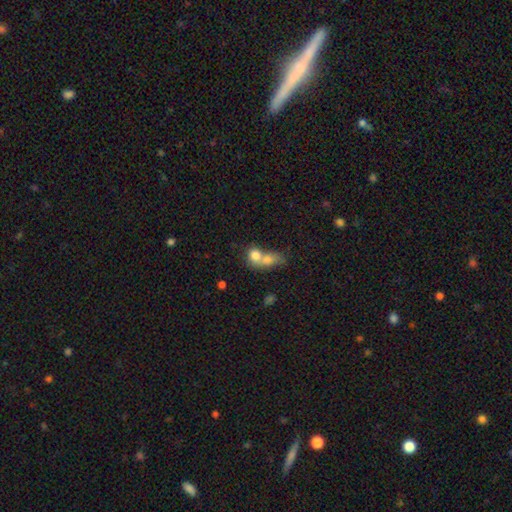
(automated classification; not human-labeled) Morphology: type=smooth (75%); roundness=round (55%); merging=merger (73%).